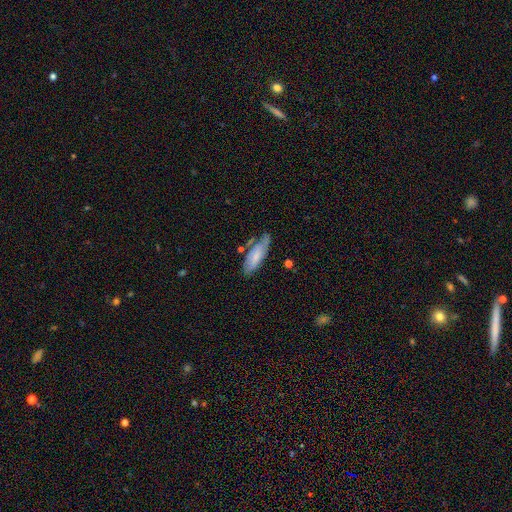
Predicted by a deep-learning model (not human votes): smooth-or-featured: smooth: 61% | featured or disk: 32% | star or artifact: 7%
  how-rounded: in between: 65% | cigar-shaped: 34% | round: 2%
  merging: none: 58% | minor disturbance: 27% | major disturbance: 8% | merger: 7%